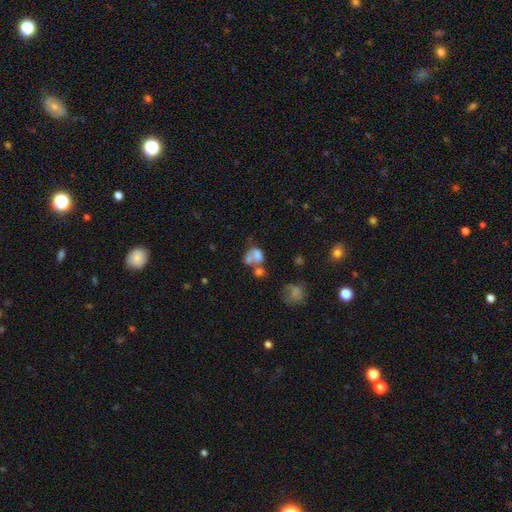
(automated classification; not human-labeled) Overall: smooth (60%; featured or disk 27%). How rounded: in between (63%; round 36%). Merging: merger (53%; none 19%).